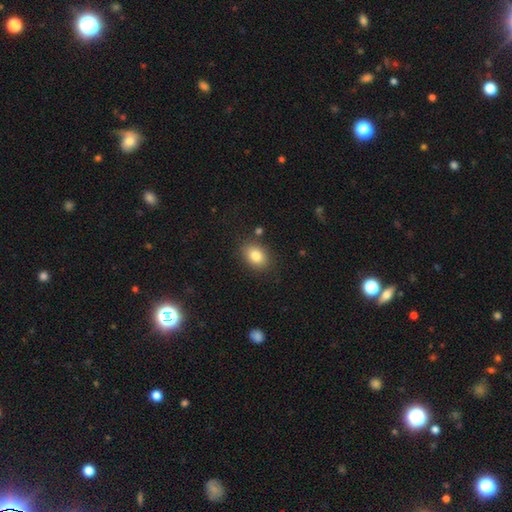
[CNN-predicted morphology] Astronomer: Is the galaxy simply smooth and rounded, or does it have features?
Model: smooth — 82%.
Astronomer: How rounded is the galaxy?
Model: in between — 71%.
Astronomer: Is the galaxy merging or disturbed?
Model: none — 83%.